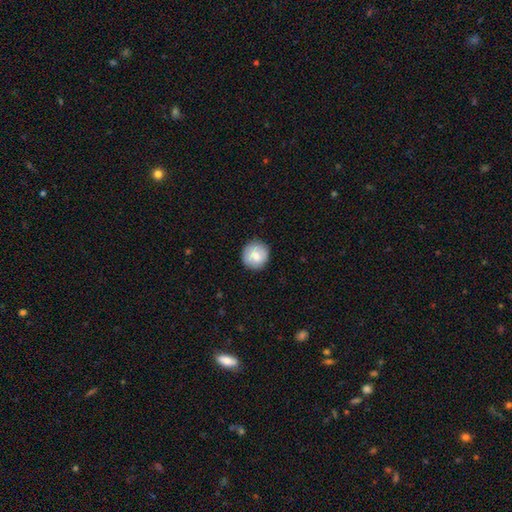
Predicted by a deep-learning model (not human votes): Smooth or featured? smooth (74%)
How rounded? round (94%)
Merging? none (87%)